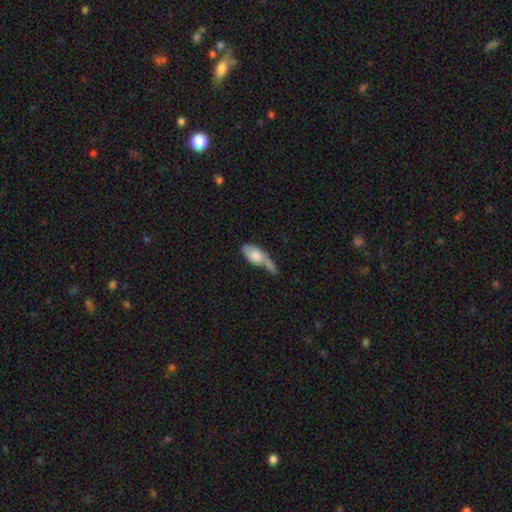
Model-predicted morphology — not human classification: This is likely a smooth galaxy (68%). How rounded: likely in between (79%). Merging: marginally merger (29%).